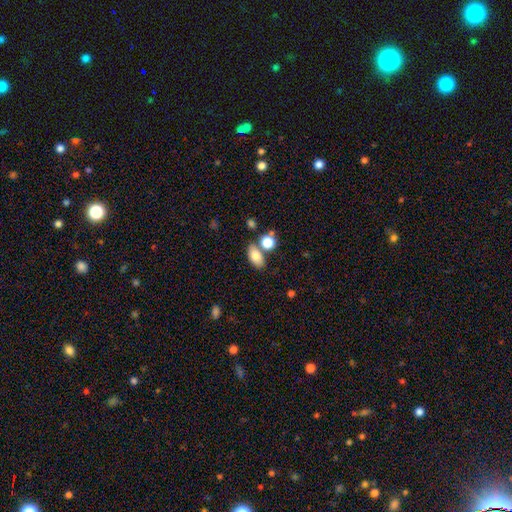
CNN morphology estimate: This is likely a smooth galaxy (79%). How rounded: clearly in between (86%). Merging: likely none (65%).